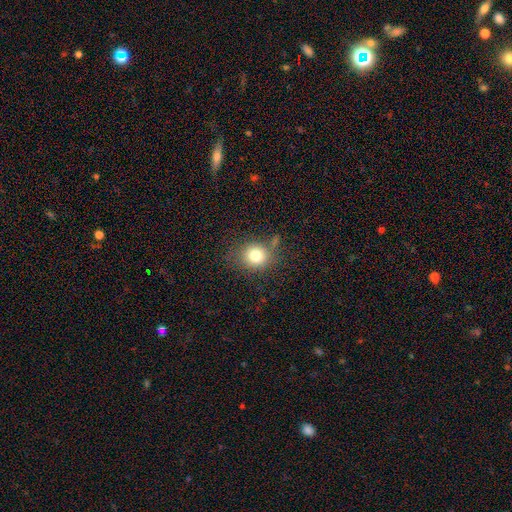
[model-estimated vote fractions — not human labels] A smooth galaxy with no disk features (78%) that is round (80%). Merging: none (72%).